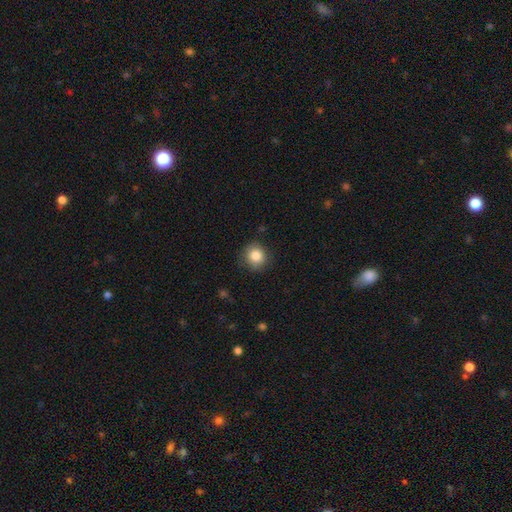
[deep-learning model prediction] smooth 84%, star or artifact 10%, featured or disk 6%. Down the decision tree: how rounded — round (89%); merging — none (83%).